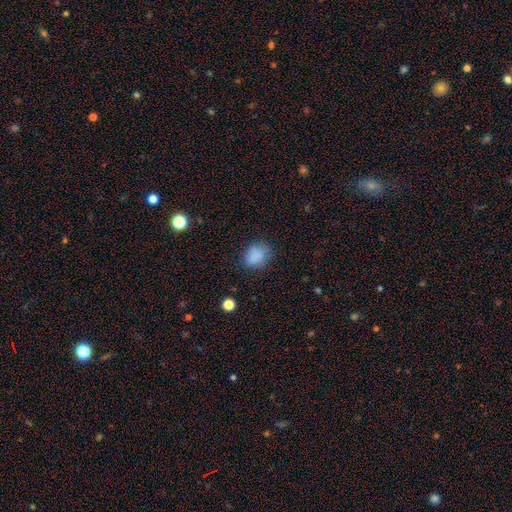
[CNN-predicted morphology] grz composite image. It shows a smooth galaxy with no disk features (82%) that is in between round and cigar-shaped (56%). Merging: none (71%).